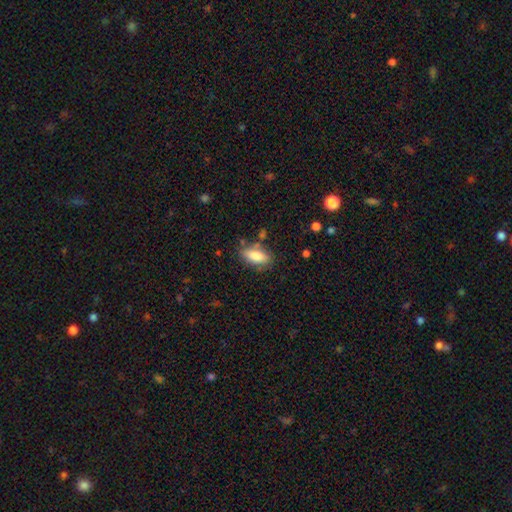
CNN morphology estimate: Smooth or featured? smooth (80%)
How rounded? in between (84%)
Merging? none (75%)